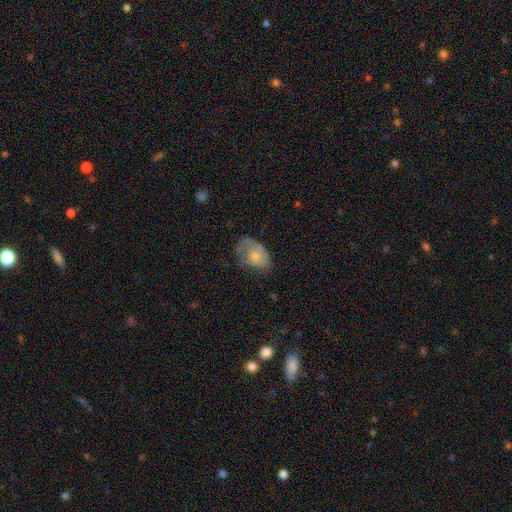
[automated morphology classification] Smooth or featured?
  - smooth: 57% *
  - featured or disk: 36%
  - star or artifact: 7%
How rounded?
  - in between: 83% *
  - round: 15%
  - cigar-shaped: 1%
Merging?
  - none: 39% *
  - minor disturbance: 32%
  - major disturbance: 27%
  - merger: 2%